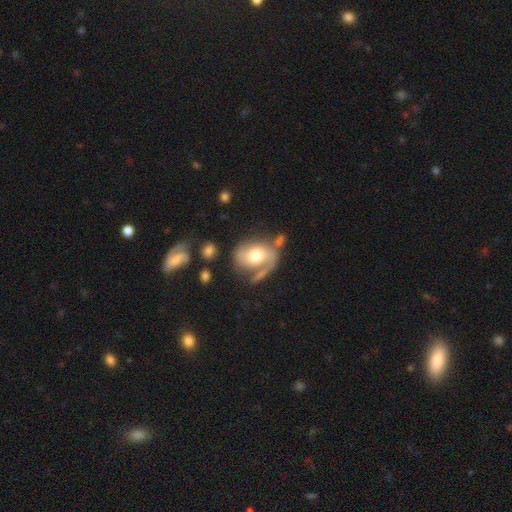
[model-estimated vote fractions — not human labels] smooth-or-featured: featured or disk: 50% | smooth: 42% | star or artifact: 7%
  disk-edge-on: no: 95% | yes: 5%
  merging: none: 48% | minor disturbance: 22% | major disturbance: 17% | merger: 13%